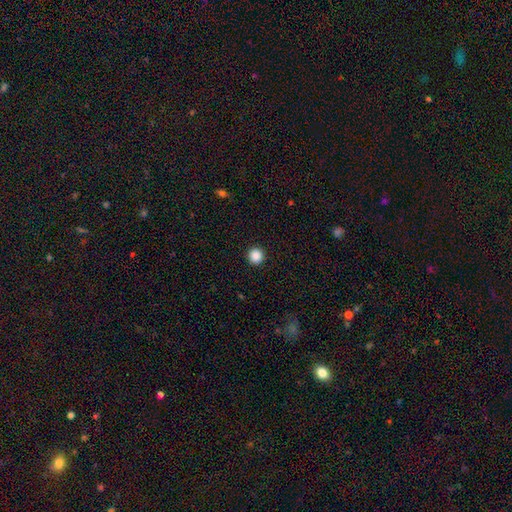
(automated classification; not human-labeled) Smooth or featured?
  - smooth: 88% *
  - star or artifact: 10%
  - featured or disk: 2%
How rounded?
  - round: 95% *
  - in between: 4%
  - cigar-shaped: 1%
Merging?
  - none: 93% *
  - minor disturbance: 4%
  - major disturbance: 2%
  - merger: 1%